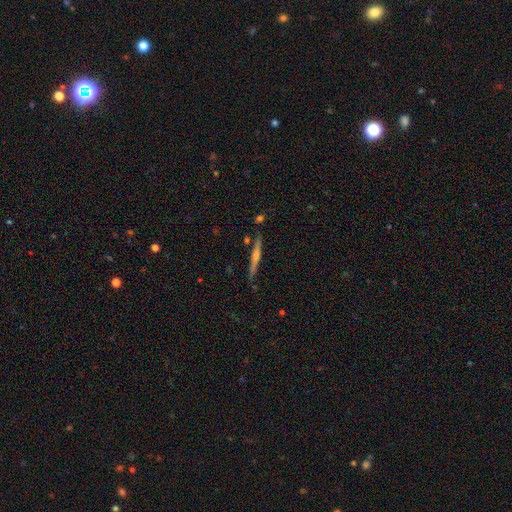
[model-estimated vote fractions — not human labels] Smooth or featured: featured or disk — 66% (smooth — 27%)
Edge-on disk: yes — 98% (no — 2%)
Edge-on bulge: rounded — 62% (none — 29%)
Merging: none — 87% (minor disturbance — 9%)